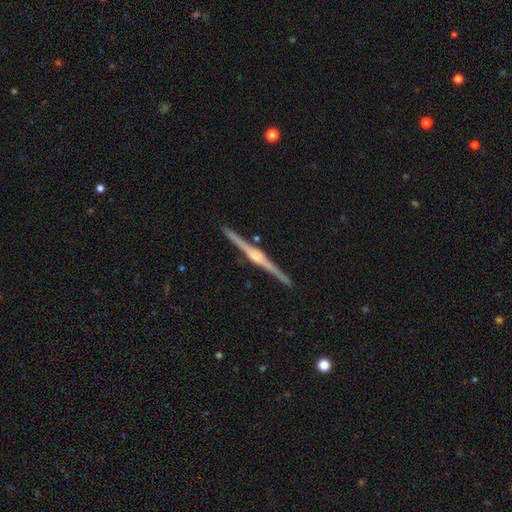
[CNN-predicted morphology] Overall: featured or disk (89%). Edge-on disk: yes (99%). Edge-on bulge: rounded (76%). Merging: none (93%).